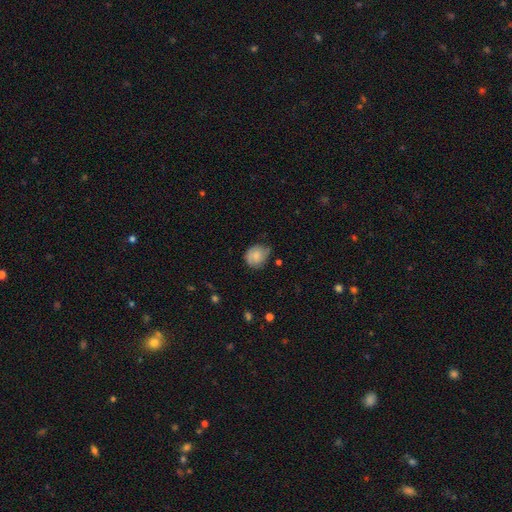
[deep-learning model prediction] Smooth or featured? Predicted: smooth (p=0.62). How rounded? Predicted: round (p=0.61). Merging? Predicted: none (p=0.52).